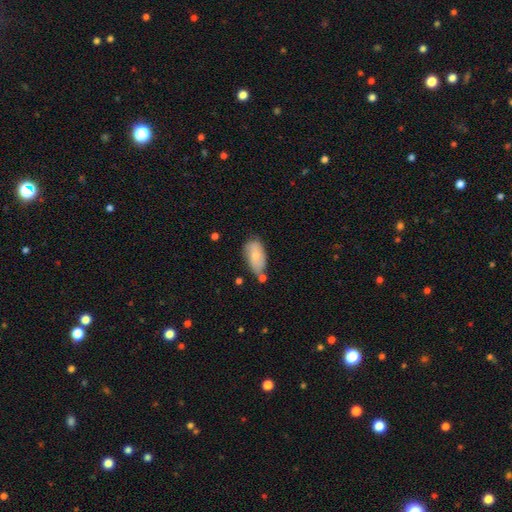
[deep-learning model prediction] smooth_or_featured: smooth (p=0.68) [alt: featured or disk p=0.25]
how_rounded: in between (p=0.93) [alt: round p=0.05]
merging: none (p=0.51) [alt: minor disturbance p=0.29]